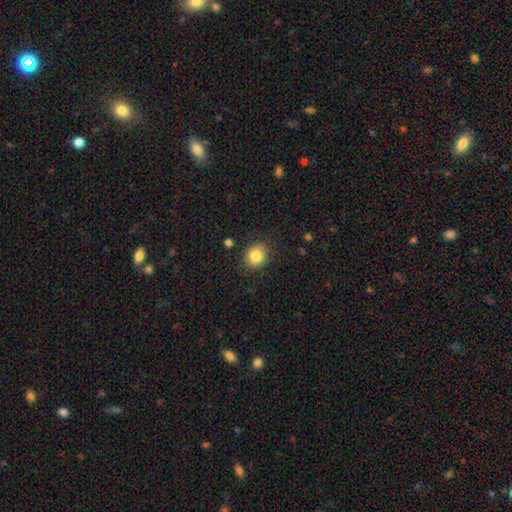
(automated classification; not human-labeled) smooth_or_featured: smooth (p=0.83) [alt: star or artifact p=0.10]
how_rounded: round (p=0.71) [alt: in between p=0.28]
merging: none (p=0.86) [alt: minor disturbance p=0.10]